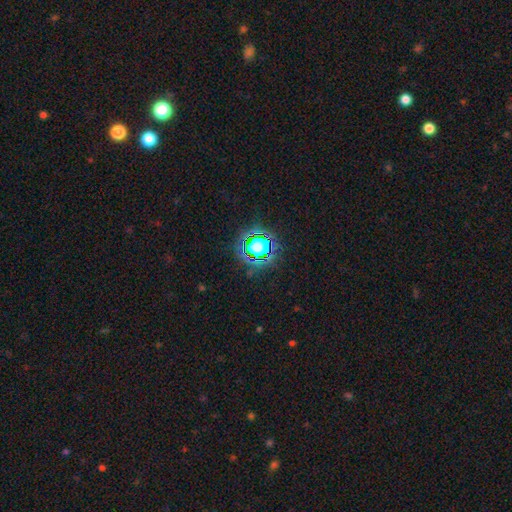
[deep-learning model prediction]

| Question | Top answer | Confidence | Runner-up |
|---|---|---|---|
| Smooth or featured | star or artifact | 75% | smooth (17%) |